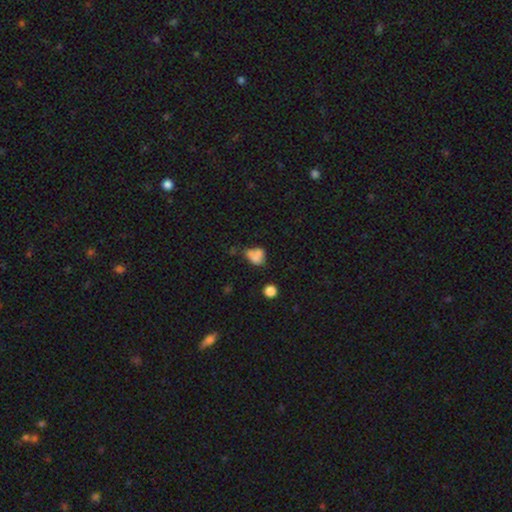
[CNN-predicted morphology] This appears to be a smooth galaxy with no disk features (66%) that is in between round and cigar-shaped (64%). Merging: merger (42%).